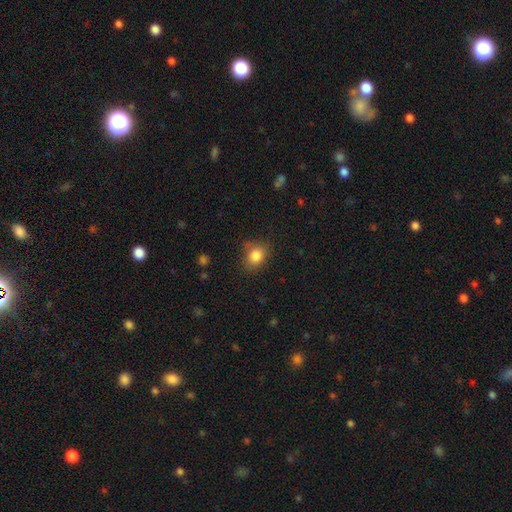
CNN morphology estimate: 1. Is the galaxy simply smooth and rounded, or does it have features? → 84% smooth, 10% star or artifact, 6% featured or disk.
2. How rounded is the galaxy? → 50% round, 49% in between, 1% cigar-shaped.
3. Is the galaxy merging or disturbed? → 74% none, 18% minor disturbance, 5% major disturbance, 3% merger.